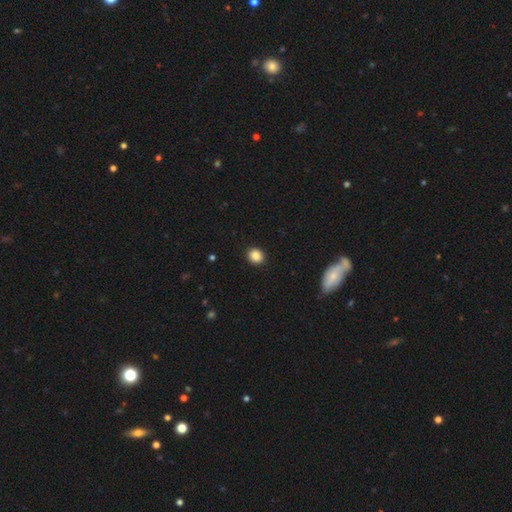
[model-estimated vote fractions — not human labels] Smooth or featured?
  - smooth: 87% *
  - star or artifact: 10%
  - featured or disk: 3%
How rounded?
  - round: 78% *
  - in between: 21%
  - cigar-shaped: 1%
Merging?
  - none: 91% *
  - minor disturbance: 6%
  - major disturbance: 2%
  - merger: 1%